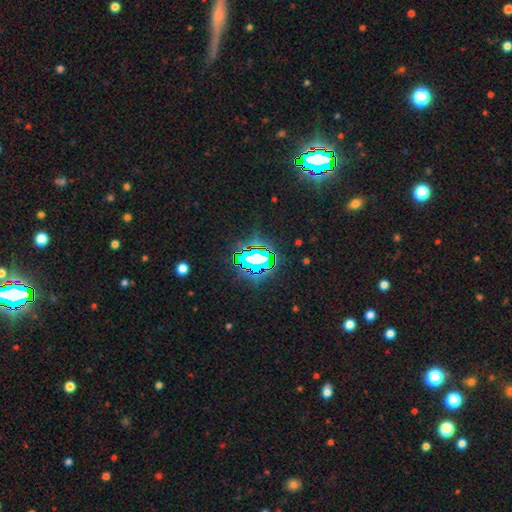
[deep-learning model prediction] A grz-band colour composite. It shows a star or artifact, not a galaxy (74%).